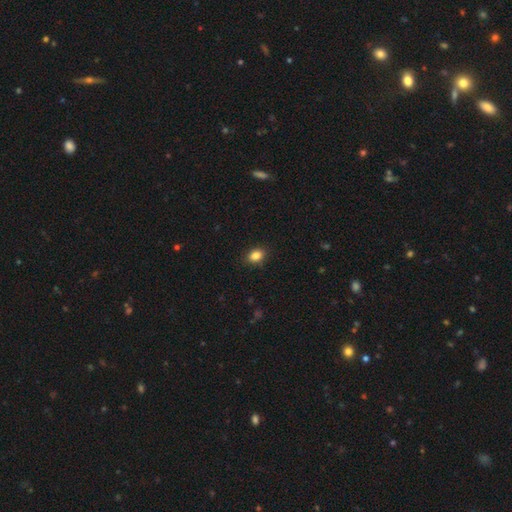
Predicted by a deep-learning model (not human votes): smooth-or-featured: smooth: 85% | star or artifact: 10% | featured or disk: 5%
  how-rounded: in between: 64% | round: 35% | cigar-shaped: 1%
  merging: none: 88% | minor disturbance: 9% | major disturbance: 2% | merger: 1%